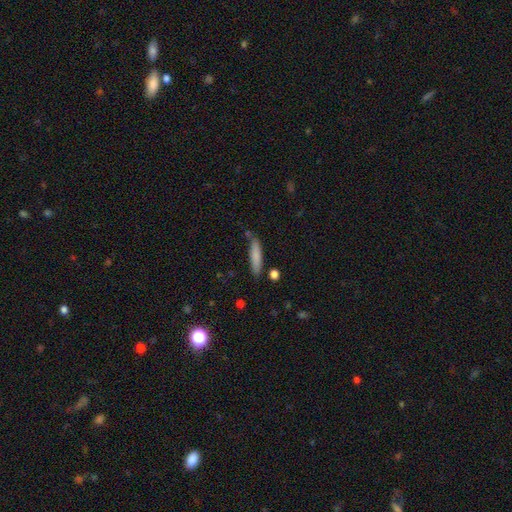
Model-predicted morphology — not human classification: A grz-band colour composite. It shows a smooth galaxy with no disk features (80%) that is cigar-shaped (81%). Merging: none (74%).